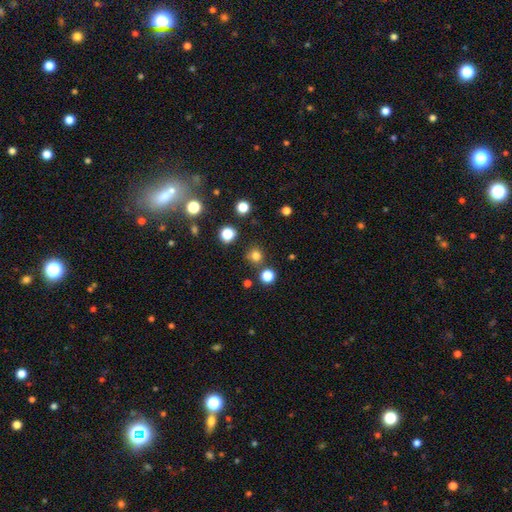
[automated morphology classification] Overall: smooth (77%). How rounded: round (93%). Merging: none (84%).